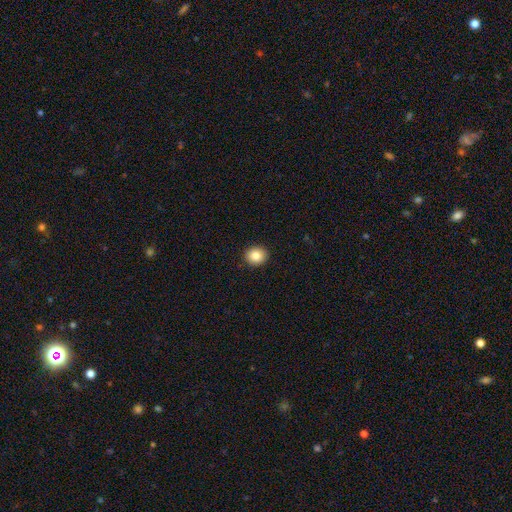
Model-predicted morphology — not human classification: Smooth or featured?
  - smooth: 84% *
  - star or artifact: 9%
  - featured or disk: 6%
How rounded?
  - round: 79% *
  - in between: 20%
  - cigar-shaped: 1%
Merging?
  - none: 92% *
  - minor disturbance: 6%
  - major disturbance: 2%
  - merger: 1%